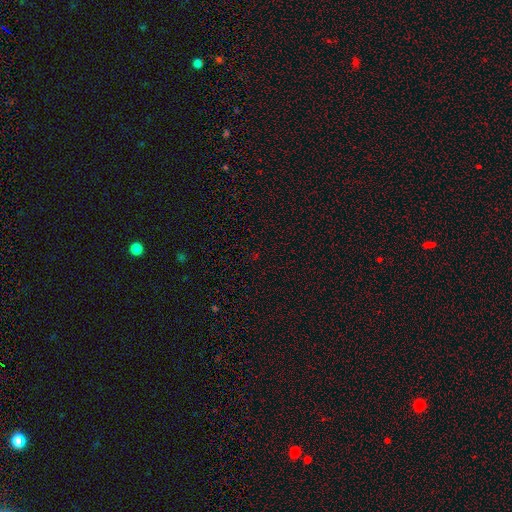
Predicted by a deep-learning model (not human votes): Smooth or featured? star or artifact (69%)